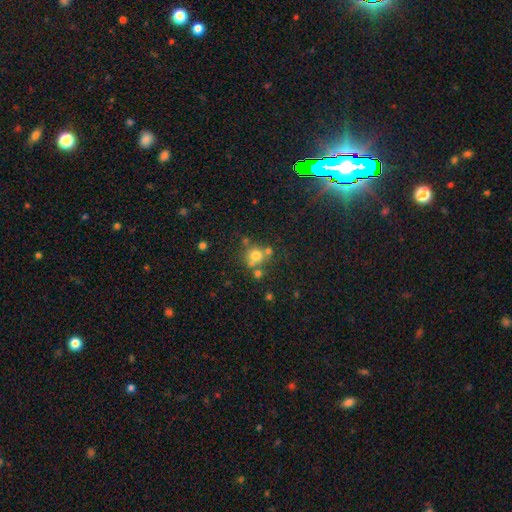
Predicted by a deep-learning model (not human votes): This is likely a smooth galaxy (68%). How rounded: clearly round (86%). Merging: possibly none (56%).